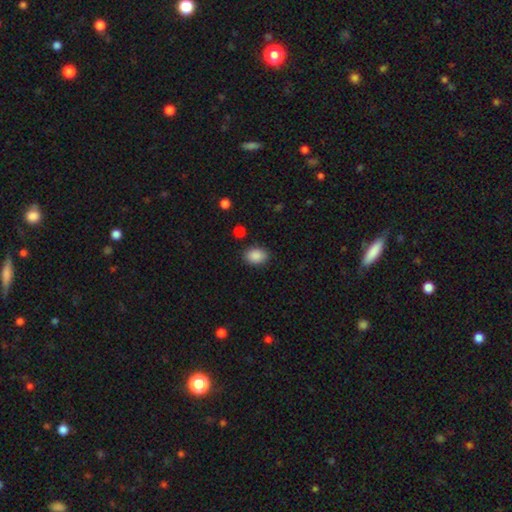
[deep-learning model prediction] smooth 89%, star or artifact 8%, featured or disk 3%. Down the decision tree: how rounded — in between (74%); merging — none (86%).